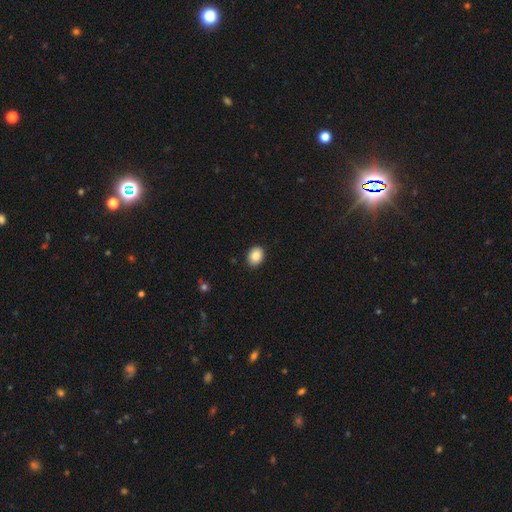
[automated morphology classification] A smooth galaxy with no disk features (87%) that is in between round and cigar-shaped (56%). Merging: none (90%).